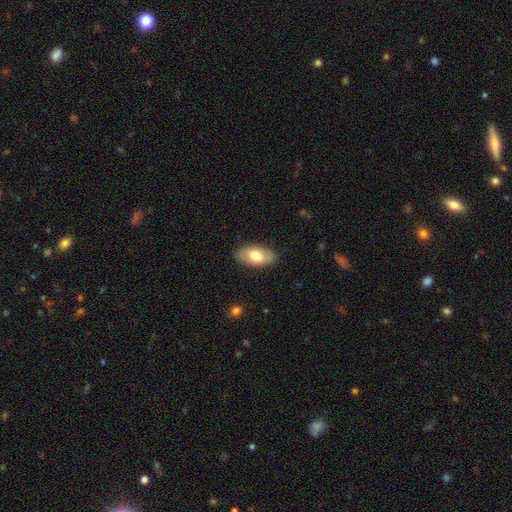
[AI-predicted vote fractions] This appears to be a smooth galaxy with no disk features (73%) that is in between round and cigar-shaped (94%). Merging: none (86%).